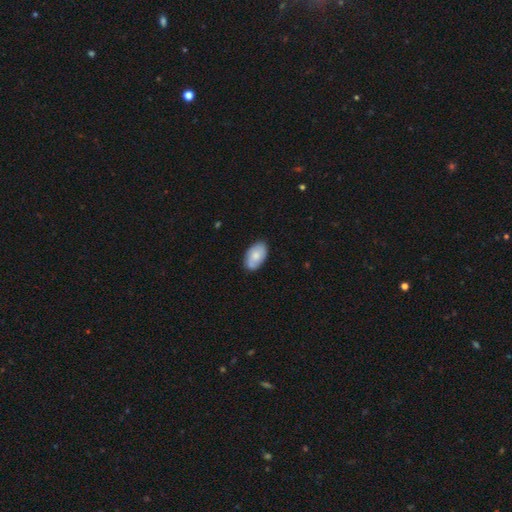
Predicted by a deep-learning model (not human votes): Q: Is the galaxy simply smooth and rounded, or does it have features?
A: smooth — 74%.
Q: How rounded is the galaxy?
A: in between — 94%.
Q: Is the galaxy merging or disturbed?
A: none — 81%.